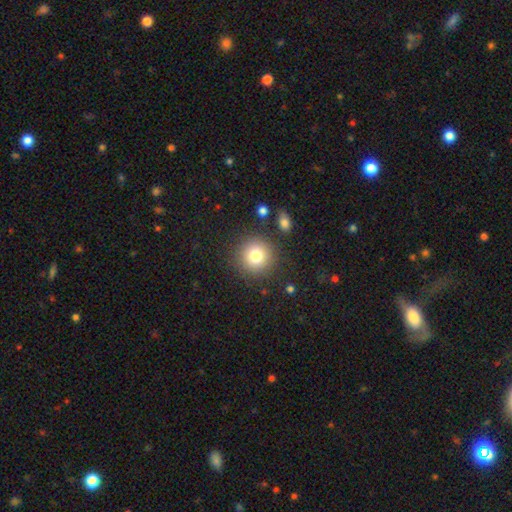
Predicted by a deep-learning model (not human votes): Overall: smooth (79%). How rounded: round (94%). Merging: none (86%).